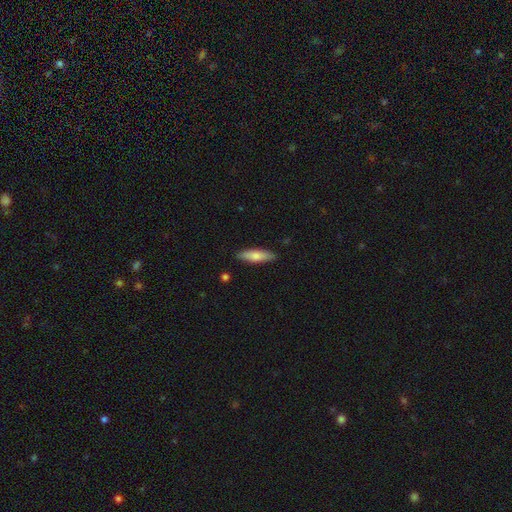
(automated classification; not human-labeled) A smooth galaxy with no disk features (75%) that is cigar-shaped (62%). Merging: none (87%).